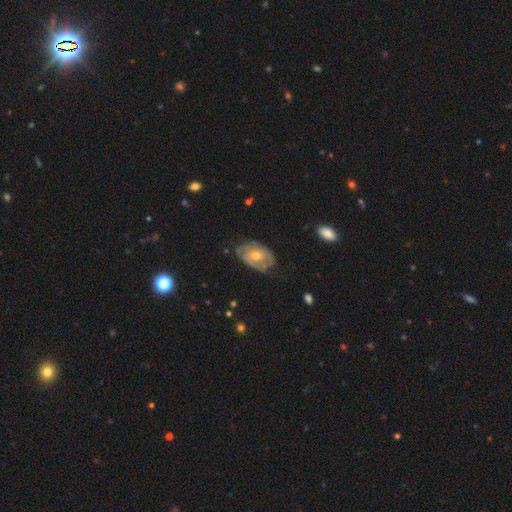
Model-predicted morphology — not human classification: Q: Smooth or featured?
A: featured or disk (64%); runner-up: smooth (28%)
Q: Edge-on disk?
A: no (94%); runner-up: yes (6%)
Q: Bar?
A: no (62%); runner-up: weak (31%)
Q: Spiral arms?
A: yes (70%); runner-up: no (30%)
Q: Bulge size?
A: moderate (59%); runner-up: small (36%)
Q: Merging?
A: none (66%); runner-up: minor disturbance (25%)